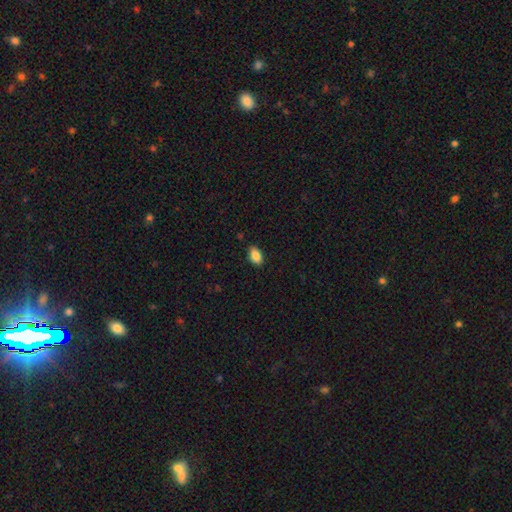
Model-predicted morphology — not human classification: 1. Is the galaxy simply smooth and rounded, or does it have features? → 86% smooth, 8% star or artifact, 6% featured or disk.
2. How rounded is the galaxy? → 91% in between, 7% round, 2% cigar-shaped.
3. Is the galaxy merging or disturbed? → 86% none, 11% minor disturbance, 2% major disturbance, 1% merger.